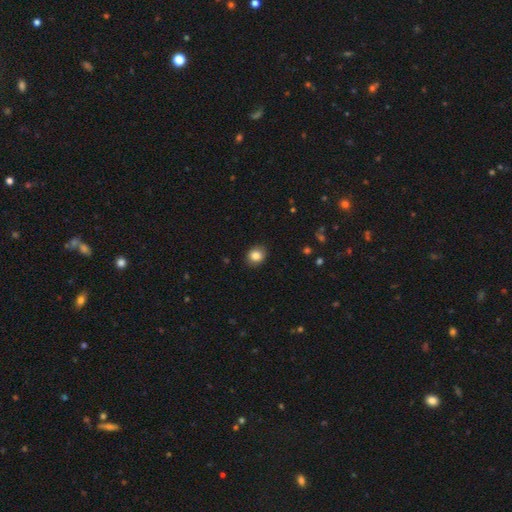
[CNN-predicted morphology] A smooth galaxy with no disk features (85%) that is round (66%).

Vote fractions:
- Smooth or featured? smooth: 85% / star or artifact: 9% / featured or disk: 6%
- How rounded? round: 66% / in between: 33% / cigar-shaped: 1%
- Merging? none: 88% / minor disturbance: 9% / major disturbance: 2% / merger: 1%